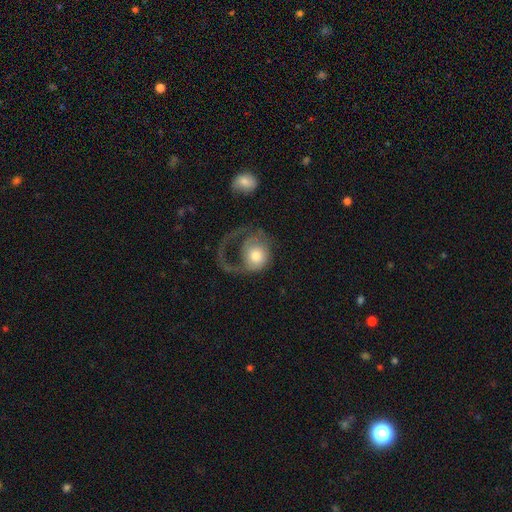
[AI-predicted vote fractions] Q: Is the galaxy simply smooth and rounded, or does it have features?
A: smooth — 47%.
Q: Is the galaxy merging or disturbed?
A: major disturbance — 62%.